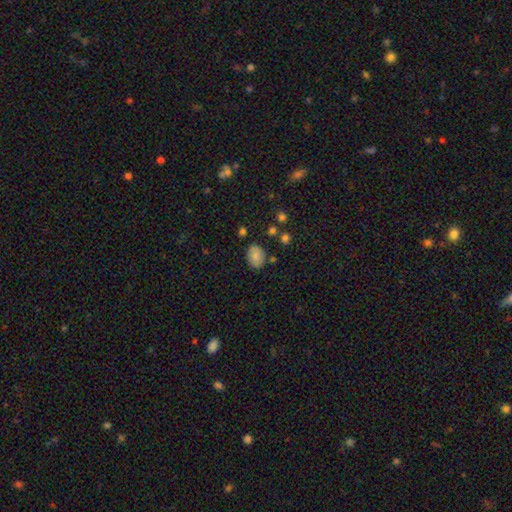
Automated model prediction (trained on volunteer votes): A smooth galaxy with no disk features (83%) that is in between round and cigar-shaped (78%).

Vote fractions:
- Smooth or featured? smooth: 83% / star or artifact: 9% / featured or disk: 8%
- How rounded? in between: 78% / round: 21% / cigar-shaped: 1%
- Merging? none: 78% / minor disturbance: 15% / merger: 4% / major disturbance: 3%